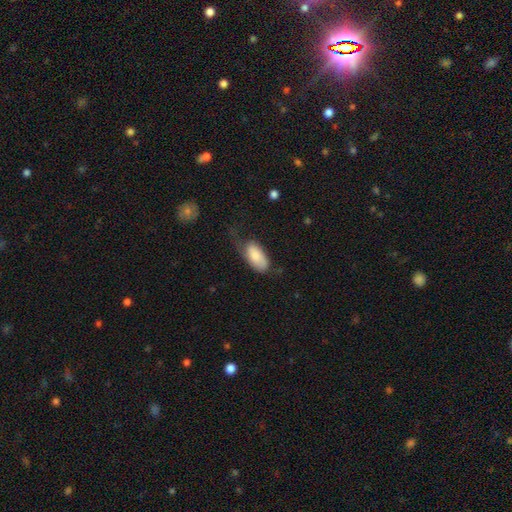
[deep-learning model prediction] smooth-or-featured: smooth: 80% | featured or disk: 15% | star or artifact: 5%
  how-rounded: in between: 93% | cigar-shaped: 5% | round: 2%
  merging: none: 35% (tied) | minor disturbance: 35% (tied) | major disturbance: 28% | merger: 2%